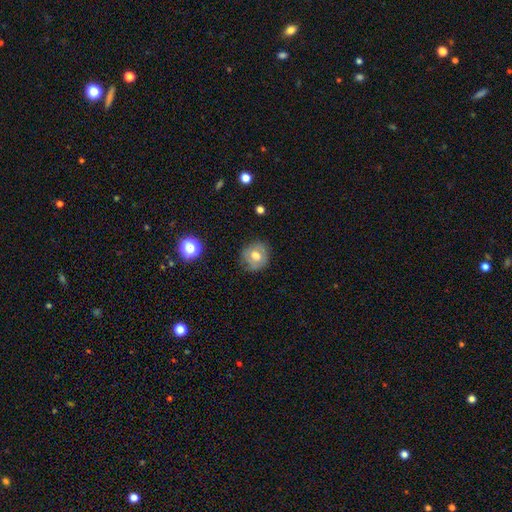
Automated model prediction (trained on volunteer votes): A smooth galaxy with no disk features (62%) that is round (83%). Merging: none (79%).